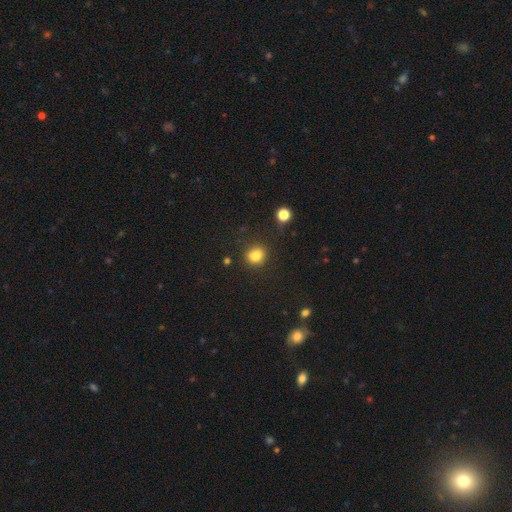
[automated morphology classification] This is clearly a smooth galaxy (82%). How rounded: likely round (72%). Merging: clearly none (80%).